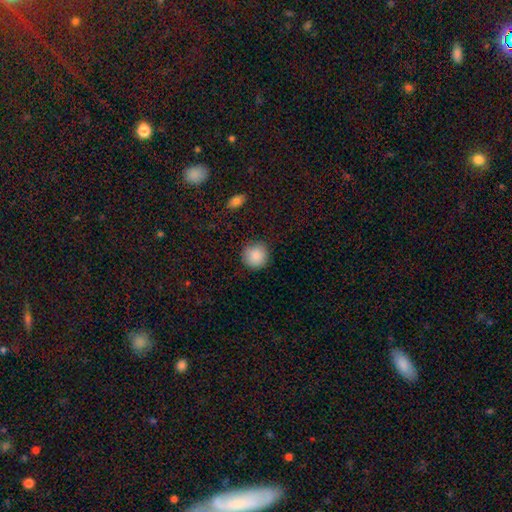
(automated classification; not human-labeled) The model was most divided on "smooth or featured": smooth: 88%, star or artifact: 8%, featured or disk: 4%. More confident: how rounded — round (94%); merging — none (88%).